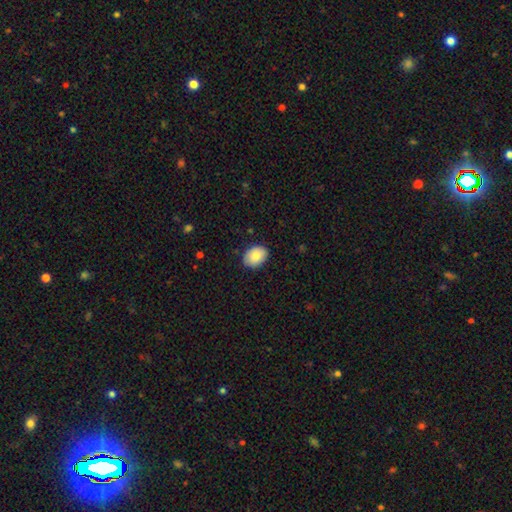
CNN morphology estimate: A smooth galaxy with no disk features (85%) that is in between round and cigar-shaped (75%).

Vote fractions:
- Smooth or featured? smooth: 85% / featured or disk: 9% / star or artifact: 6%
- How rounded? in between: 75% / round: 24% / cigar-shaped: 1%
- Merging? none: 86% / minor disturbance: 11% / major disturbance: 2% / merger: 1%